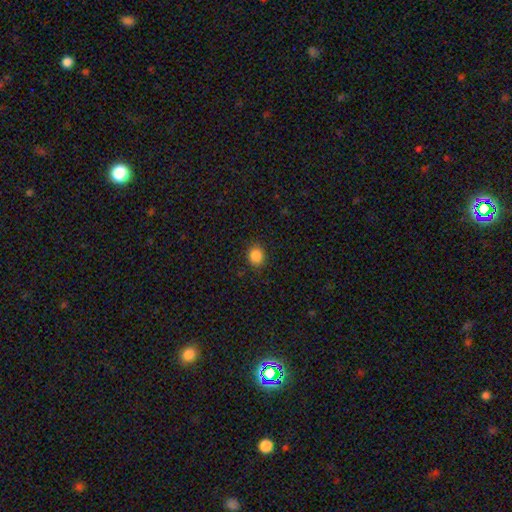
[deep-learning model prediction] smooth-or-featured: smooth: 86% | star or artifact: 10% | featured or disk: 3%
  how-rounded: round: 71% | in between: 28% | cigar-shaped: 1%
  merging: none: 89% | minor disturbance: 8% | major disturbance: 2% | merger: 1%